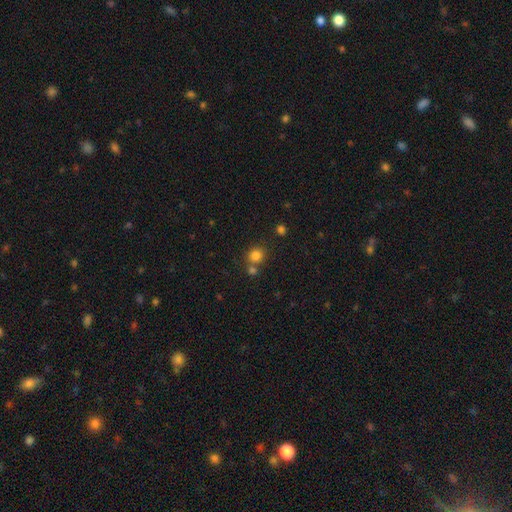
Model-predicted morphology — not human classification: A smooth galaxy with no disk features (81%) that is round (88%).

Vote fractions:
- Smooth or featured? smooth: 81% / star or artifact: 13% / featured or disk: 6%
- How rounded? round: 88% / in between: 11% / cigar-shaped: 1%
- Merging? none: 65% / merger: 24% / minor disturbance: 8% / major disturbance: 3%